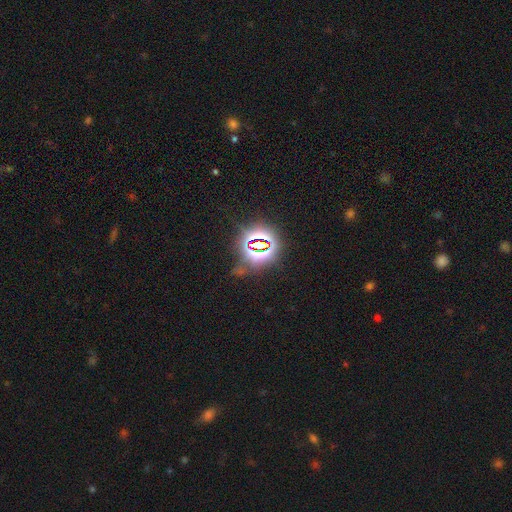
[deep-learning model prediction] Morphology: type=star or artifact (81%).